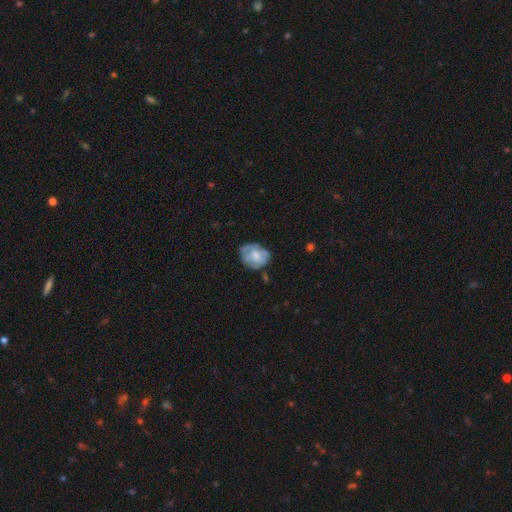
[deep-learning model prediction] smooth-or-featured: featured or disk: 47% | smooth: 45% | star or artifact: 8%
  merging: none: 55% | minor disturbance: 28% | major disturbance: 13% | merger: 3%